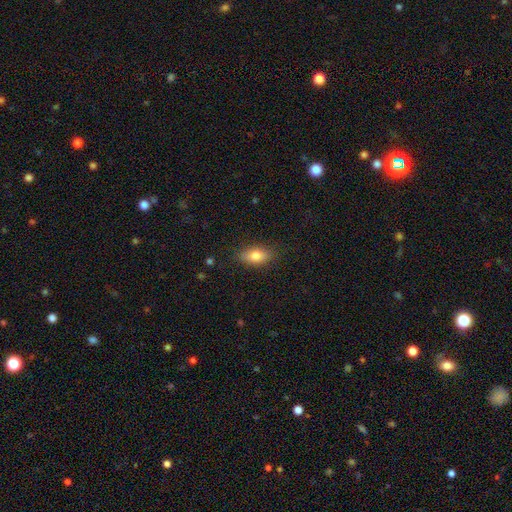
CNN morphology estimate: Smooth or featured? Predicted: smooth (p=0.75). How rounded? Predicted: in between (p=0.82). Merging? Predicted: none (p=0.83).